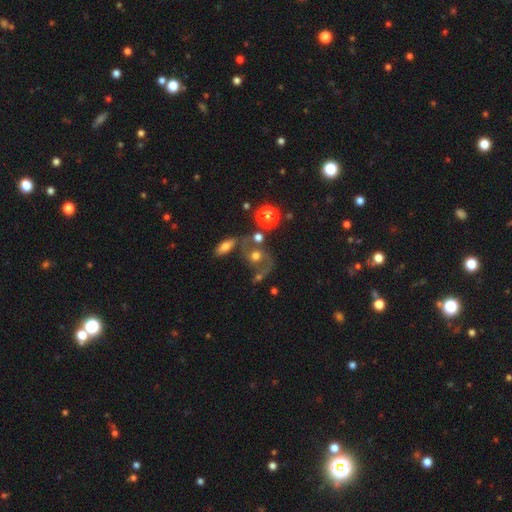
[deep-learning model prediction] Smooth or featured? featured or disk (52%)
Edge-on disk? no (95%)
Merging? none (45%)